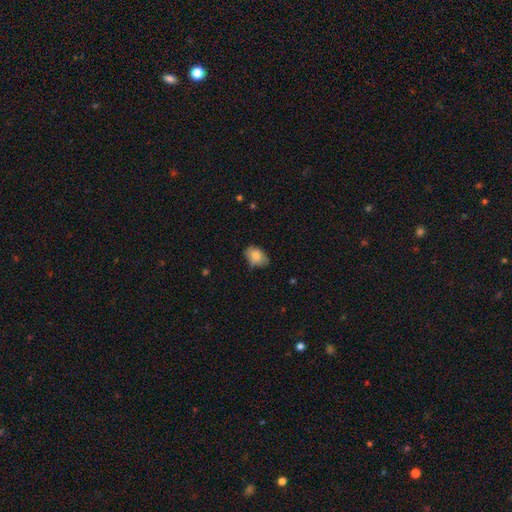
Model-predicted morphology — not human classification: Smooth or featured? Predicted: smooth (p=0.77). How rounded? Predicted: in between (p=0.79). Merging? Predicted: none (p=0.65).